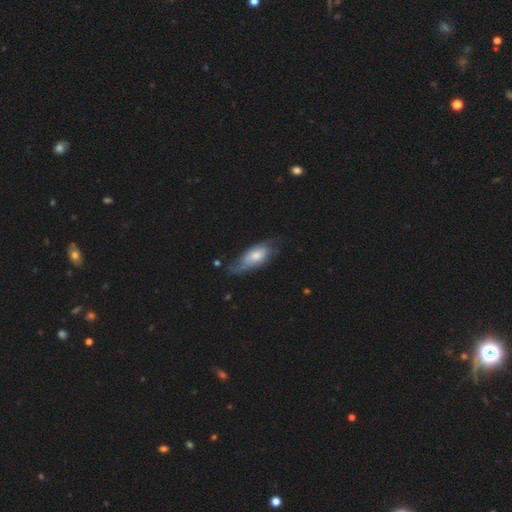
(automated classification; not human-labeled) Q: Smooth or featured?
A: smooth (53%); runner-up: featured or disk (40%)
Q: How rounded?
A: in between (81%); runner-up: cigar-shaped (16%)
Q: Merging?
A: none (46%); runner-up: minor disturbance (33%)